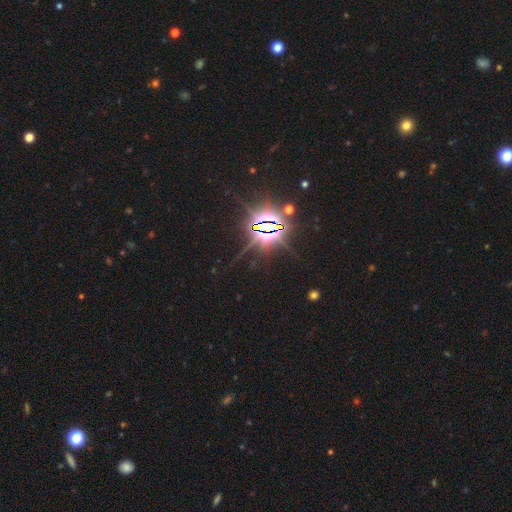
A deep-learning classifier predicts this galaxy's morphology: The model was most divided on "smooth or featured": star or artifact: 86%, smooth: 8%, featured or disk: 6%.